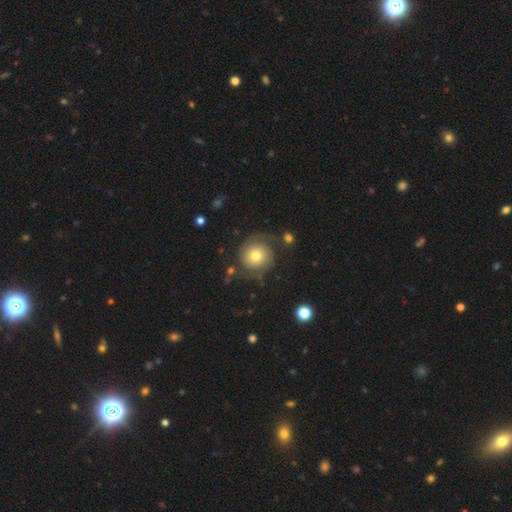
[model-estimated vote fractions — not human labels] The model was most divided on "smooth or featured": featured or disk: 52%, smooth: 40%, star or artifact: 9%. More confident: edge-on disk — no (97%); bar — no (84%); spiral arms — yes (83%); merging — none (68%); bulge size — moderate (66%).